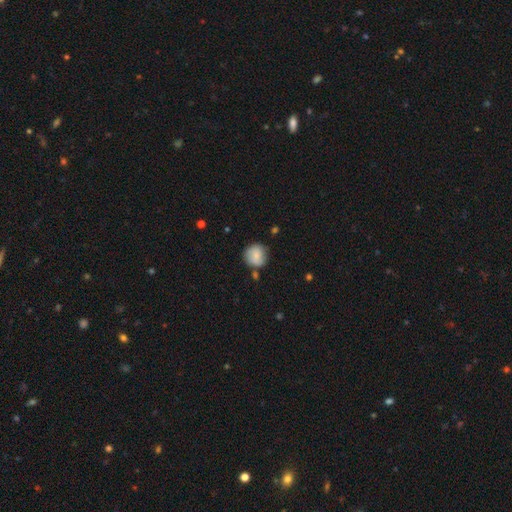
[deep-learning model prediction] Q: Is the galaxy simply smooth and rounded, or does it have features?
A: smooth — 80%.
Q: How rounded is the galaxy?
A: round — 88%.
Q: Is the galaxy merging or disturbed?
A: none — 72%.